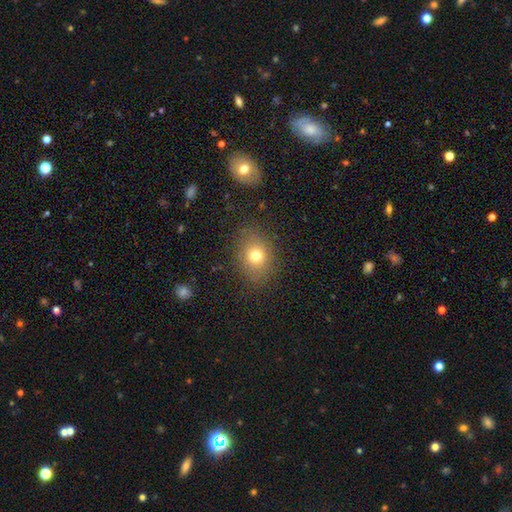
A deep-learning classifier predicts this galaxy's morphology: The model was most divided on "how rounded": round: 55%, in between: 44%, cigar-shaped: 1%. More confident: merging — none (84%); smooth or featured — smooth (75%).